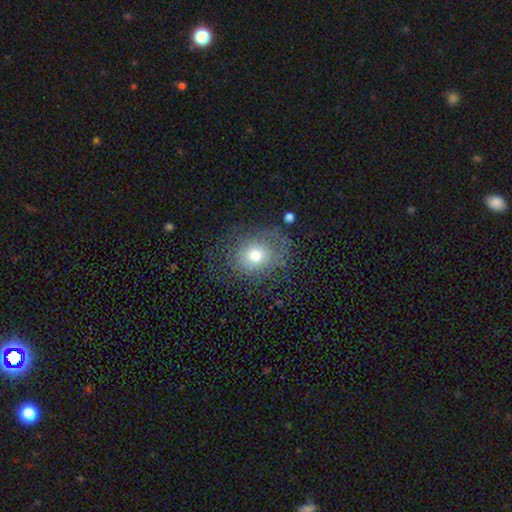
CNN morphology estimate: type=smooth (67%); roundness=round (60%); merging=none (61%).